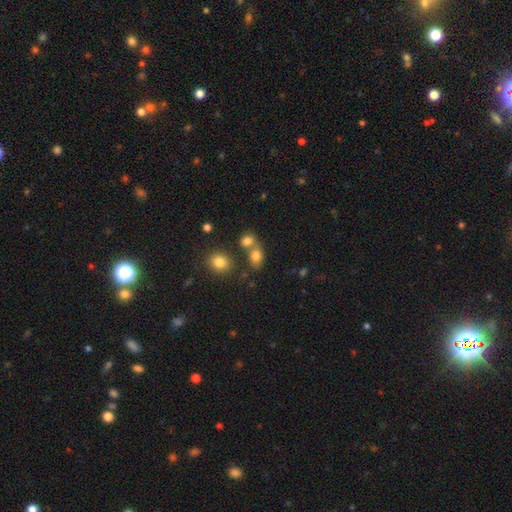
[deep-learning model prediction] smooth_or_featured: smooth (p=0.79) [alt: star or artifact p=0.12]
how_rounded: in between (p=0.54) [alt: round p=0.44]
merging: none (p=0.48) [alt: merger p=0.37]